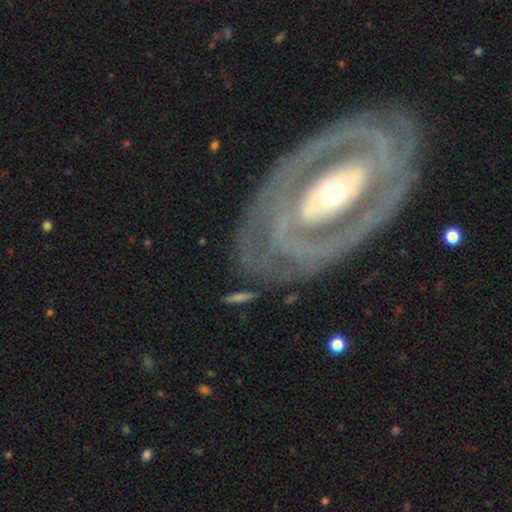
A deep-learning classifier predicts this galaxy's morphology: Smooth or featured: featured or disk — 86% (smooth — 9%)
Edge-on disk: no — 94% (yes — 6%)
Bar: no — 50% (strong — 27%)
Spiral arms: yes — 81% (no — 19%)
Spiral winding: tight — 67% (medium — 24%)
Spiral arm count: 2 — 52% (can't tell — 22%)
Bulge size: moderate — 57% (small — 29%)
Merging: none — 79% (minor disturbance — 13%)